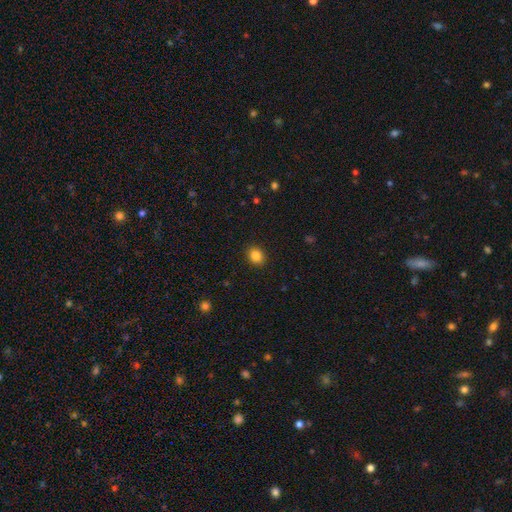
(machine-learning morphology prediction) Q: Smooth or featured?
A: smooth (86%); runner-up: star or artifact (10%)
Q: How rounded?
A: round (66%); runner-up: in between (33%)
Q: Merging?
A: none (90%); runner-up: minor disturbance (6%)